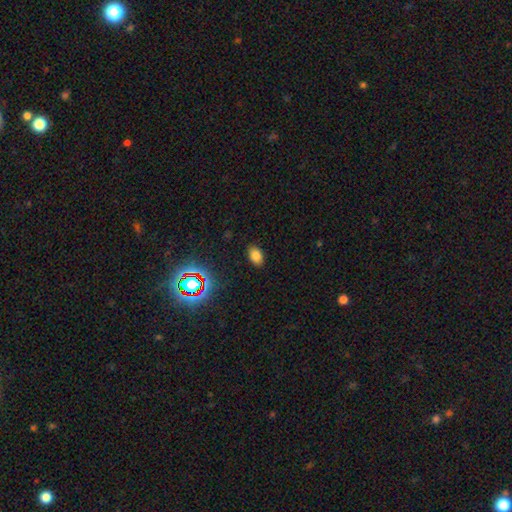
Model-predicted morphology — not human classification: type=smooth (78%); roundness=in between (85%); merging=none (88%).